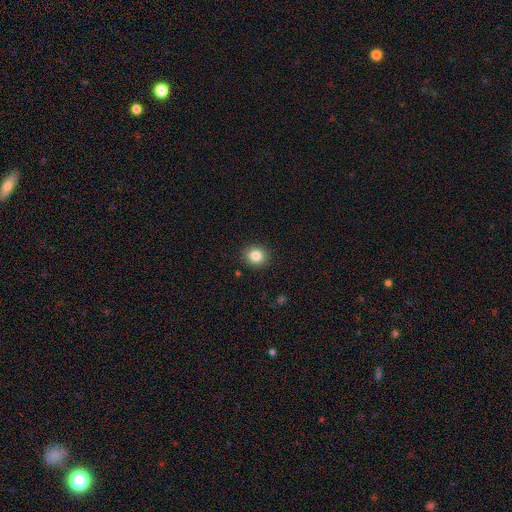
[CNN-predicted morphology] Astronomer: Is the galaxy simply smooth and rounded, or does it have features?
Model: smooth — 84%.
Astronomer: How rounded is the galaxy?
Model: round — 83%.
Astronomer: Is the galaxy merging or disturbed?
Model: none — 91%.